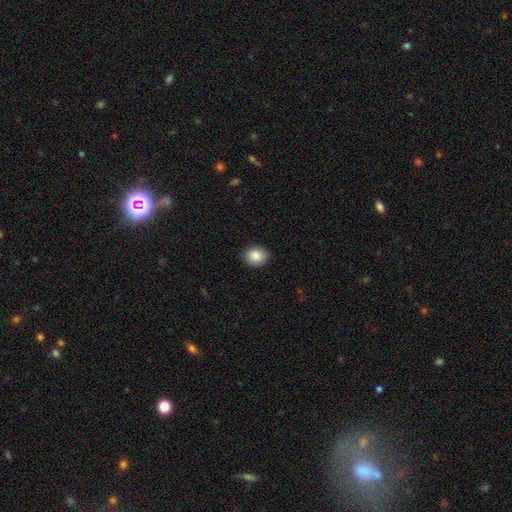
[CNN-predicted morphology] Overall: smooth (88%). How rounded: round (65%; in between 34%). Merging: none (88%).